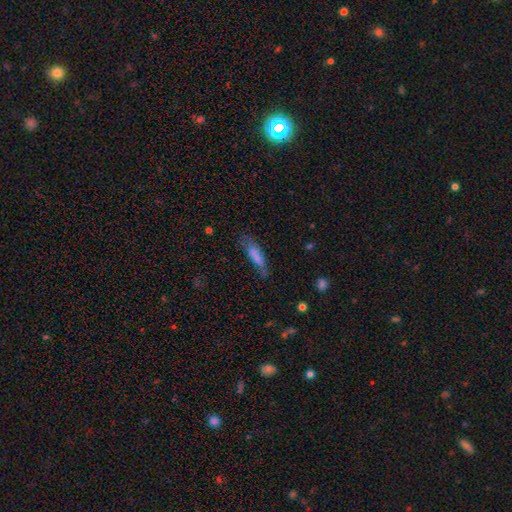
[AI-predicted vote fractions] A smooth galaxy with no disk features (72%) that is cigar-shaped (60%). Merging: none (46%).